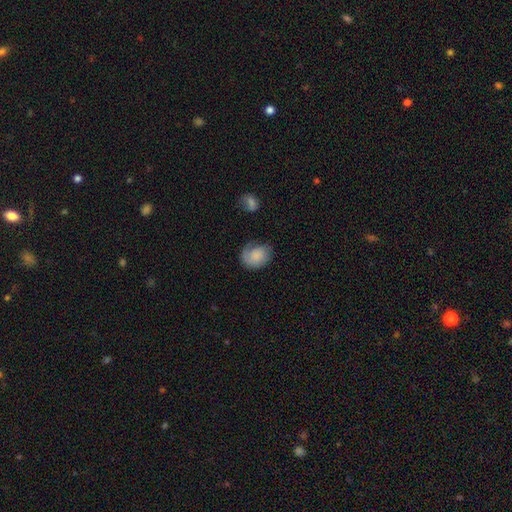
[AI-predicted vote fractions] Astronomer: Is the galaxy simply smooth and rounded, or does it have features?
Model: smooth — 63%.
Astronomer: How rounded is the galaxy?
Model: in between — 61% (runner-up: round, 38%).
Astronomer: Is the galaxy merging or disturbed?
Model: none — 51% (runner-up: minor disturbance, 29%).